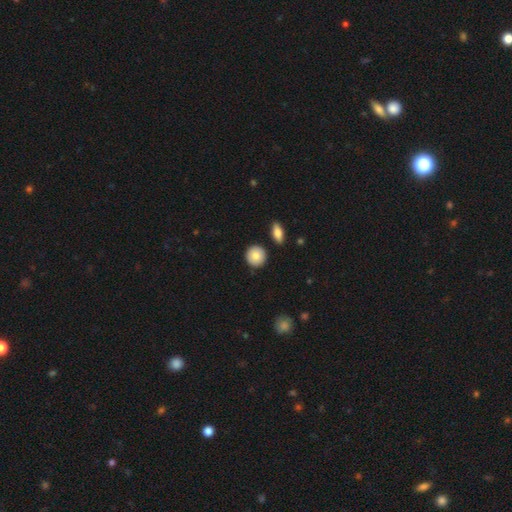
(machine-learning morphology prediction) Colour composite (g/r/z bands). It shows a smooth galaxy with no disk features (82%) that is round (92%). Merging: none (89%).